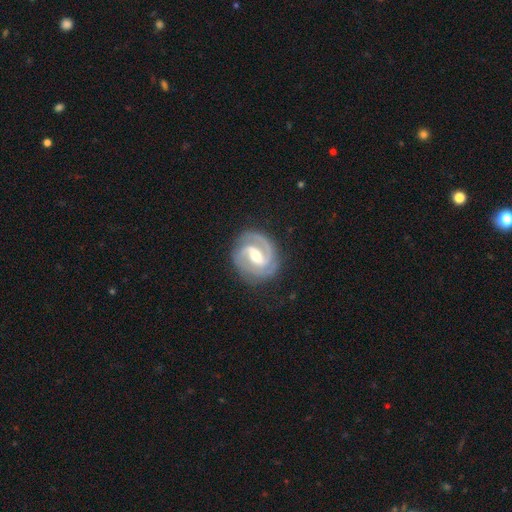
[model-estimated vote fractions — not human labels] Smooth or featured? featured or disk (91%)
Edge-on disk? no (98%)
Bar? weak (45%)
Spiral arms? yes (98%)
Spiral winding? tight (50%)
Spiral arm count? 2 (80%)
Bulge size? moderate (64%)
Merging? none (82%)